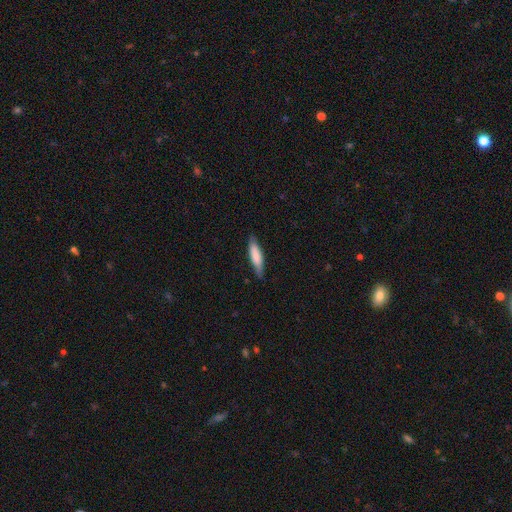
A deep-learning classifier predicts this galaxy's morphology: This appears to be a smooth galaxy with no disk features (75%) that is cigar-shaped (77%). Merging: none (82%).